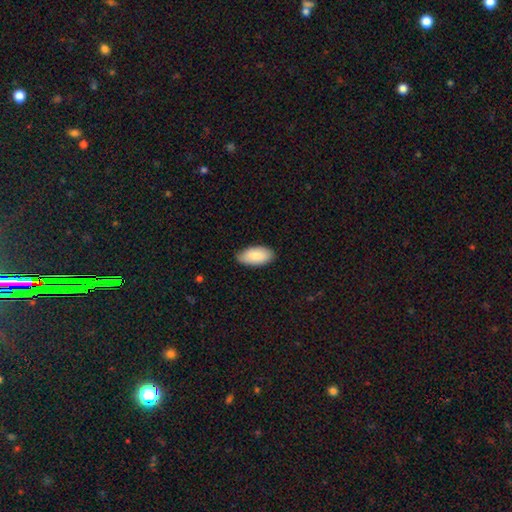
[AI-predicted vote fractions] This is clearly a smooth galaxy (82%). How rounded: clearly in between (95%). Merging: clearly none (82%).